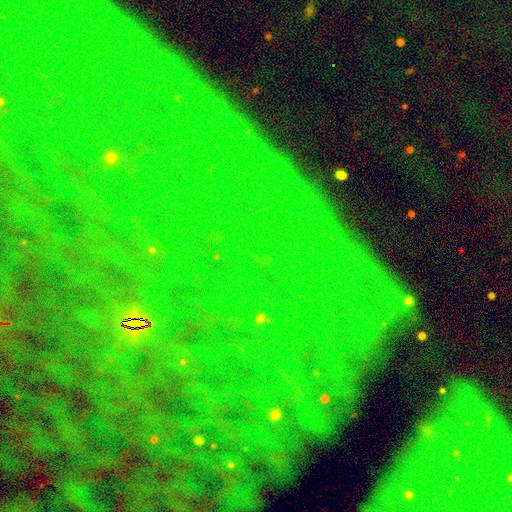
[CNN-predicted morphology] smooth_or_featured: star or artifact (p=0.84) [alt: featured or disk p=0.08]